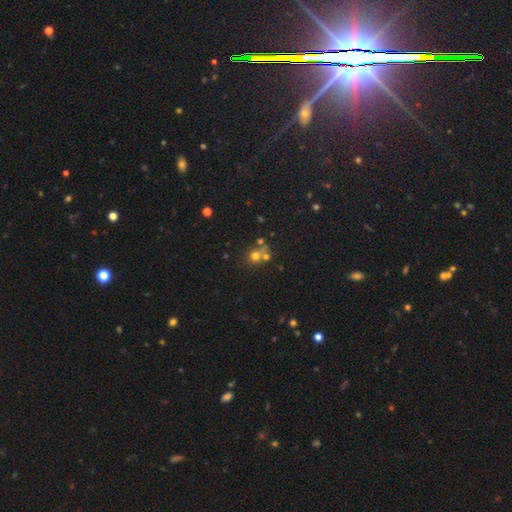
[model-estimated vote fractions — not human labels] The model was most divided on "merging": none: 47%, merger: 39%, minor disturbance: 9%, major disturbance: 5%. More confident: how rounded — round (82%); smooth or featured — smooth (62%).